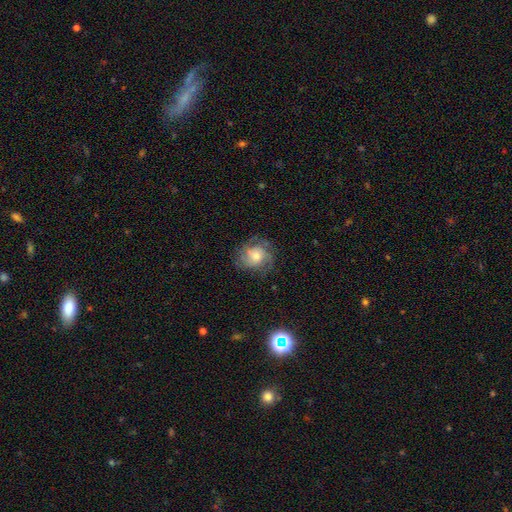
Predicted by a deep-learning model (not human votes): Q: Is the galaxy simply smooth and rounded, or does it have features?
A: featured or disk — 58%.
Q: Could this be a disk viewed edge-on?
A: no — 97%.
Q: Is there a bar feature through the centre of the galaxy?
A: no — 75%.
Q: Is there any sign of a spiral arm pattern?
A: yes — 86%.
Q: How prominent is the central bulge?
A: moderate — 55%.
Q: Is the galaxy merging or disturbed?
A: none — 71%.